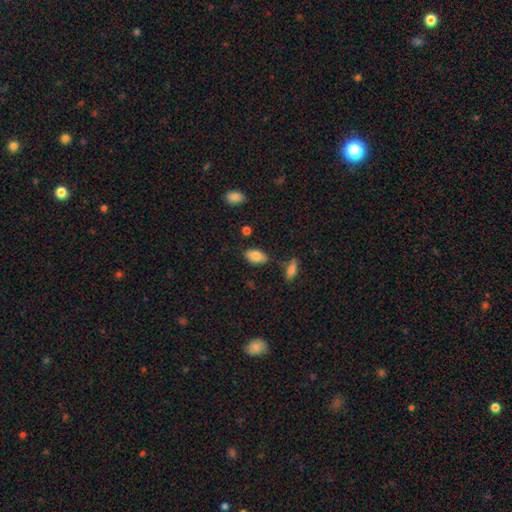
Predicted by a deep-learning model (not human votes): A smooth galaxy with no disk features (83%) that is in between round and cigar-shaped (92%). Merging: none (76%).